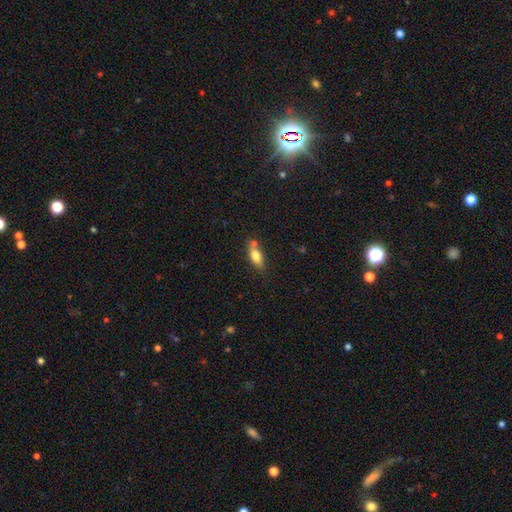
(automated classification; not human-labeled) Smooth or featured? smooth (70%)
How rounded? in between (68%)
Merging? none (60%)